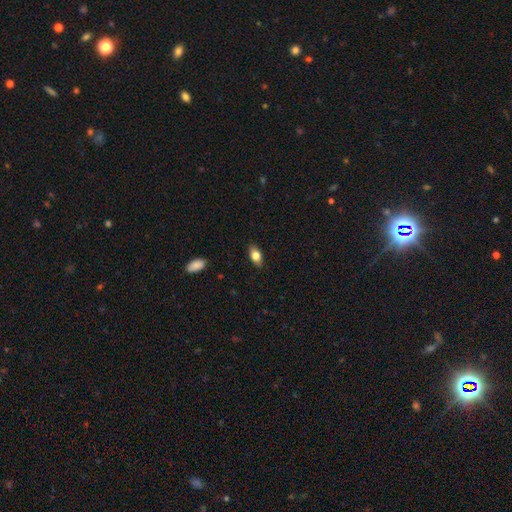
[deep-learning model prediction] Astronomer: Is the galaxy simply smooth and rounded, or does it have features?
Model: smooth — 79%.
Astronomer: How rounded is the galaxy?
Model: in between — 89%.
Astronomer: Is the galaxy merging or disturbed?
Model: none — 87%.